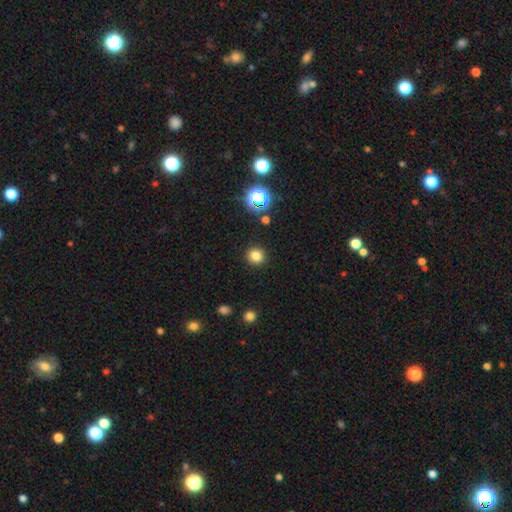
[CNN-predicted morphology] smooth-or-featured: smooth: 80% | star or artifact: 15% | featured or disk: 5%
  how-rounded: round: 92% | in between: 7% | cigar-shaped: 1%
  merging: none: 91% | minor disturbance: 5% | major disturbance: 2% | merger: 1%